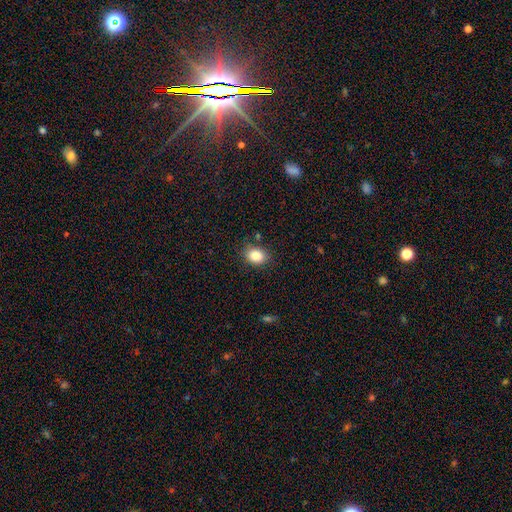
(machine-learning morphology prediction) Smooth or featured?
  - smooth: 86% *
  - star or artifact: 9%
  - featured or disk: 5%
How rounded?
  - in between: 60% *
  - round: 39%
  - cigar-shaped: 1%
Merging?
  - none: 83% *
  - minor disturbance: 12%
  - major disturbance: 3%
  - merger: 2%